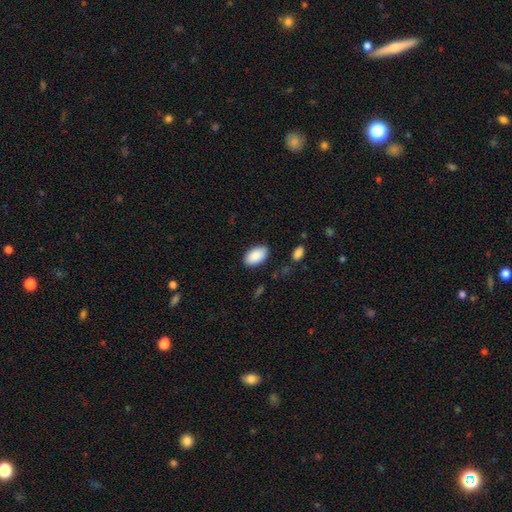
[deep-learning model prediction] Smooth or featured? Predicted: smooth (p=0.90). How rounded? Predicted: in between (p=0.95). Merging? Predicted: none (p=0.86).